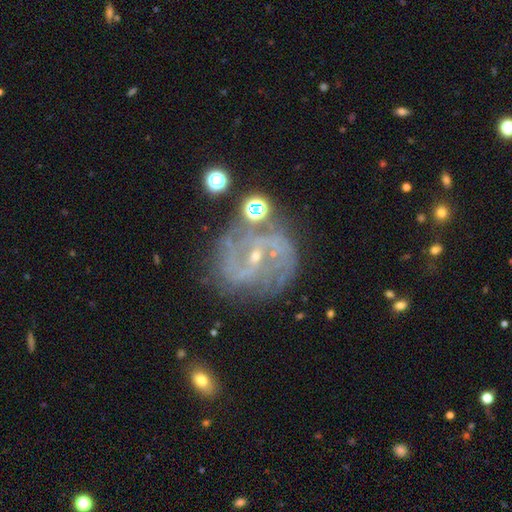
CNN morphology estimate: This appears to be a featured or disk galaxy (84%) with a weak bar (44%), 2 (52%) medium (45%) spiral arms (93%) and a small central bulge (79%). Merging: none (68%).